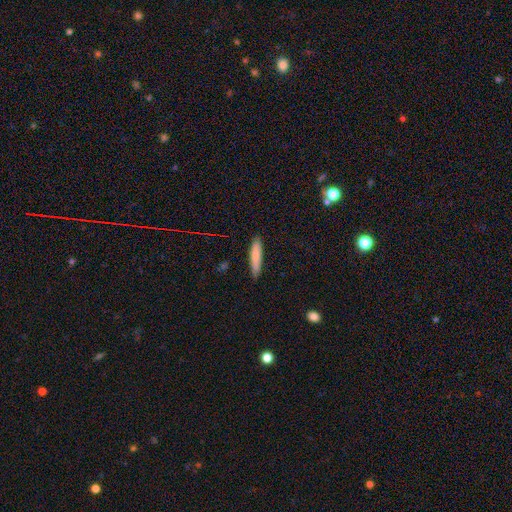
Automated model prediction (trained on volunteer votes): smooth_or_featured: smooth (p=0.80) [alt: featured or disk p=0.13]
how_rounded: cigar-shaped (p=0.87) [alt: in between p=0.12]
merging: none (p=0.84) [alt: minor disturbance p=0.13]